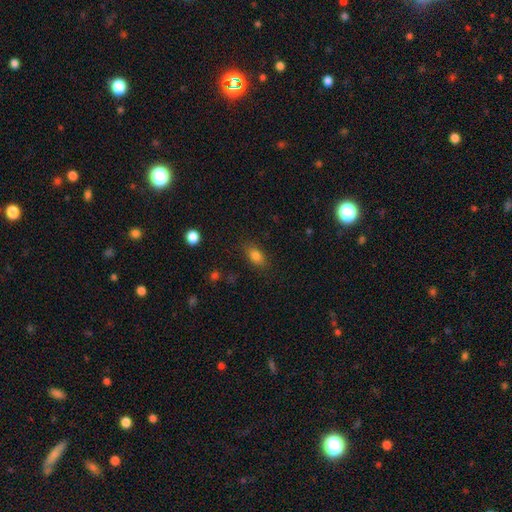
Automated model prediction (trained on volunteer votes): Smooth or featured?
  - smooth: 81% *
  - star or artifact: 10%
  - featured or disk: 9%
How rounded?
  - in between: 82% *
  - round: 12%
  - cigar-shaped: 6%
Merging?
  - none: 83% *
  - minor disturbance: 12%
  - major disturbance: 3%
  - merger: 1%